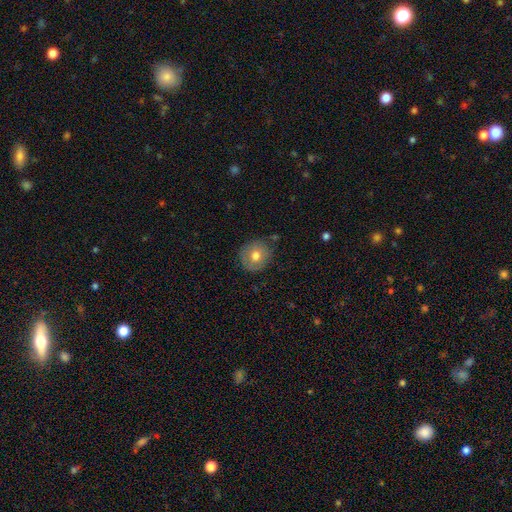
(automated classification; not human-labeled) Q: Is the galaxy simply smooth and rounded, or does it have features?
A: smooth — 72%.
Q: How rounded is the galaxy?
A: round — 85%.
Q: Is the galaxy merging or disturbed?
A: none — 81%.